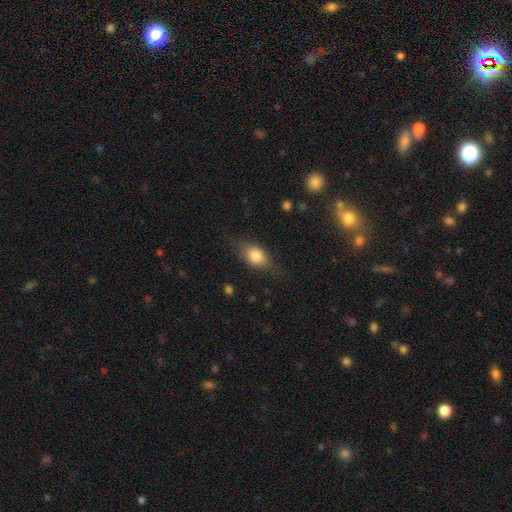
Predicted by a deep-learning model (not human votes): smooth 74%, featured or disk 18%, star or artifact 8%. Down the decision tree: how rounded — in between (73%); merging — none (70%).